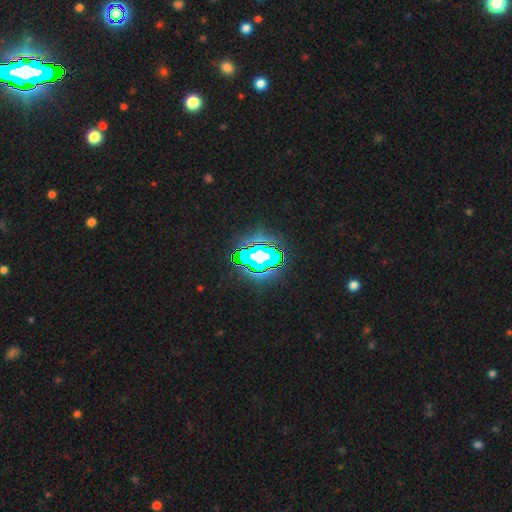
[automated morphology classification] Overall: star or artifact (74%).